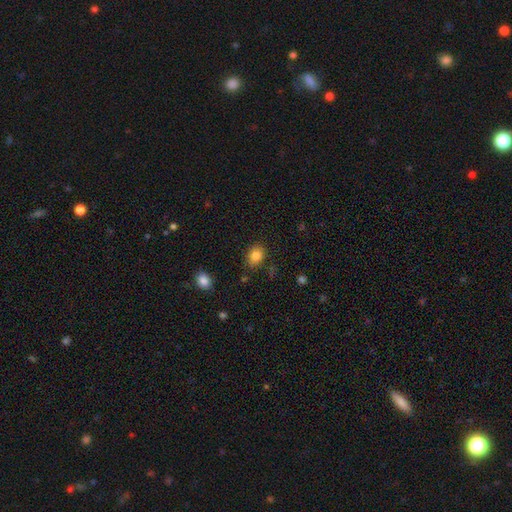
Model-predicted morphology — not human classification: Smooth or featured: smooth — 84% (star or artifact — 10%)
How rounded: in between — 64% (round — 35%)
Merging: none — 81% (minor disturbance — 13%)